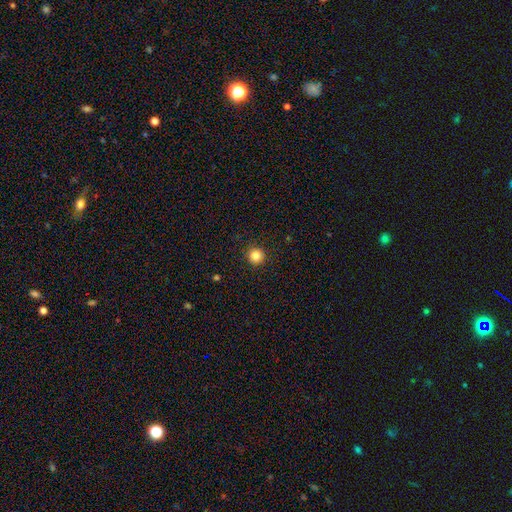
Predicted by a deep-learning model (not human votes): smooth 84%, star or artifact 11%, featured or disk 4%. Down the decision tree: how rounded — round (95%); merging — none (92%).